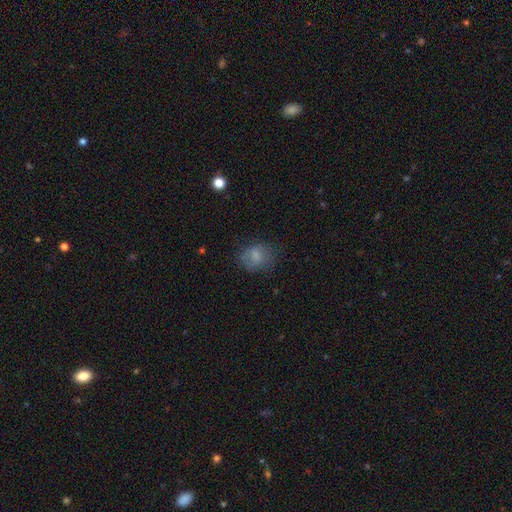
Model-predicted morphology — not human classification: This is likely a smooth galaxy (77%). How rounded: possibly round (54%). Merging: likely none (65%).